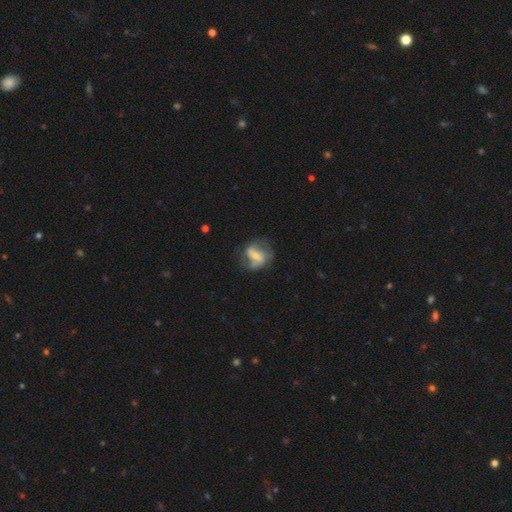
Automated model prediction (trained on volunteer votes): This is likely a featured or disk galaxy (70%). It is clearly not viewed edge-on (97%). Bar: marginally weak (42%). Spiral arm pattern: clearly yes (83%). Spiral arm count: likely 2 (73%). Spiral winding: marginally medium (44%). Central bulge: possibly small (50%). Merging: possibly none (59%).